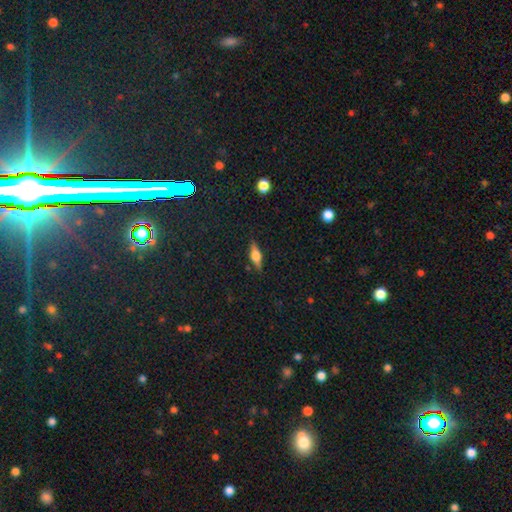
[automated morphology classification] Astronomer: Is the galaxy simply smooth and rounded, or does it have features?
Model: featured or disk — 54% (runner-up: smooth, 38%).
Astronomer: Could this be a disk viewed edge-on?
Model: yes — 94%.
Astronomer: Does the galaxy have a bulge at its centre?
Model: rounded — 90%.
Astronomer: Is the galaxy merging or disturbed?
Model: none — 87%.